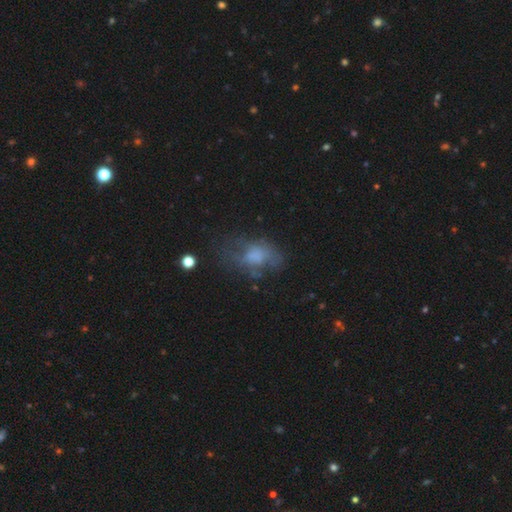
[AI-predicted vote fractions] smooth-or-featured: smooth: 49% | featured or disk: 38% | star or artifact: 13%
  merging: none: 41% | major disturbance: 30% | minor disturbance: 25% | merger: 4%